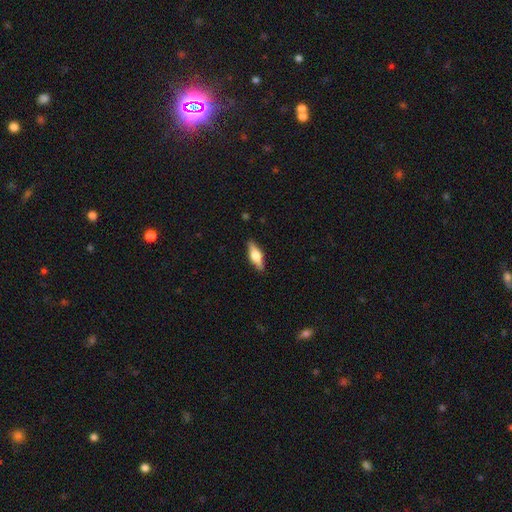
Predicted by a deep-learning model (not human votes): The model was most divided on "smooth or featured": smooth: 49%, featured or disk: 45%, star or artifact: 6%. More confident: merging — none (88%).